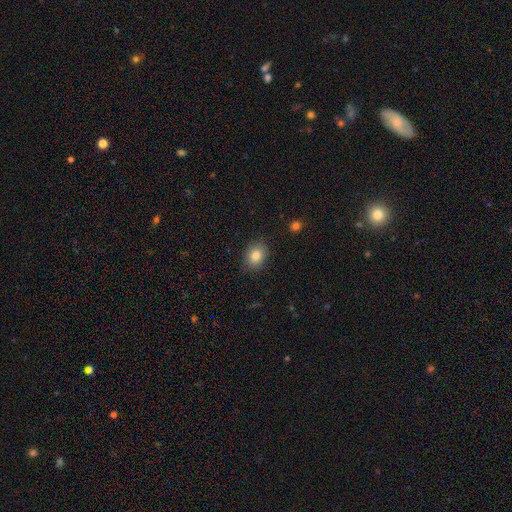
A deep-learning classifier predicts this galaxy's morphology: Smooth or featured? smooth (82%)
How rounded? in between (58%)
Merging? none (85%)